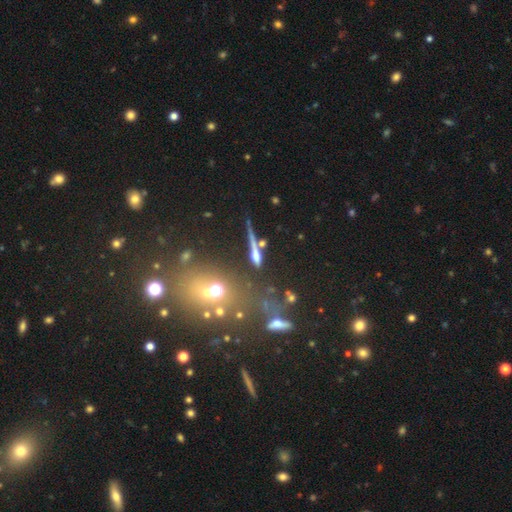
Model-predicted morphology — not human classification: Overall: featured or disk (43%; smooth 38%). Merging: none (62%).